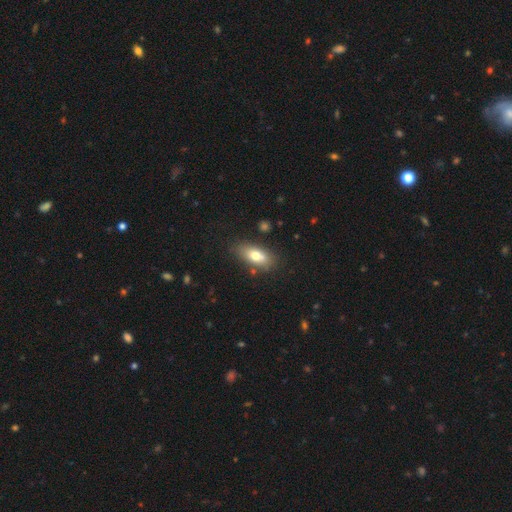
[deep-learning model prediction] Overall: smooth (72%). How rounded: in between (83%). Merging: none (75%).